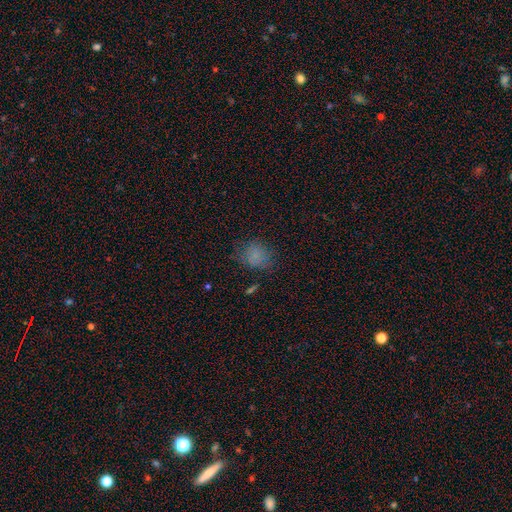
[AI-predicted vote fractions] Morphology: type=smooth (75%); roundness=round (63%); merging=none (69%).